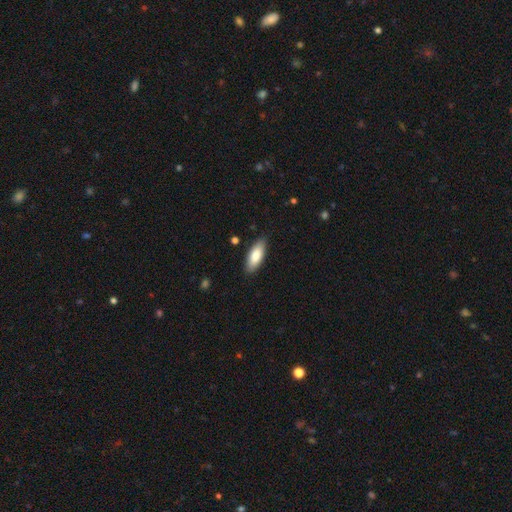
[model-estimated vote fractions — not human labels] smooth 81%, featured or disk 13%, star or artifact 6%. Down the decision tree: how rounded — in between (74%); merging — none (85%).